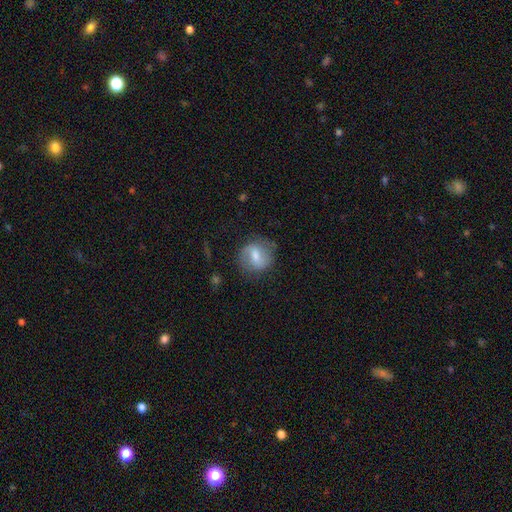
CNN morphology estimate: smooth 48%, featured or disk 44%, star or artifact 7%. Down the decision tree: merging — none (72%).